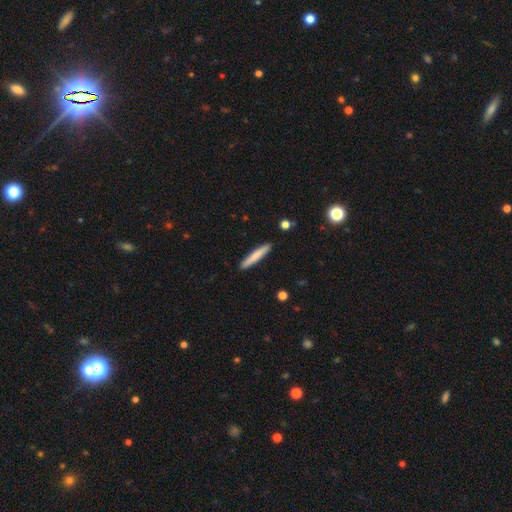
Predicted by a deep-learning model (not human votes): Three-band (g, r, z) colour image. It shows a smooth galaxy with no disk features (75%) that is cigar-shaped (94%). Merging: none (91%).